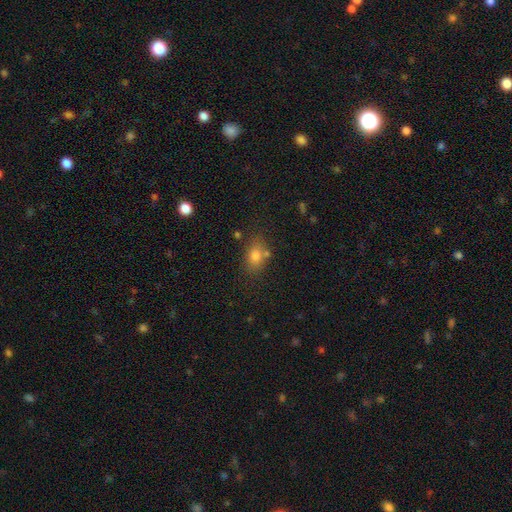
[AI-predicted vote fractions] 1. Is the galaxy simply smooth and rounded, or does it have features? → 76% smooth, 14% star or artifact, 10% featured or disk.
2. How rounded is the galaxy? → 69% in between, 29% round, 2% cigar-shaped.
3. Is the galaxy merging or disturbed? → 70% none, 15% minor disturbance, 11% merger, 4% major disturbance.